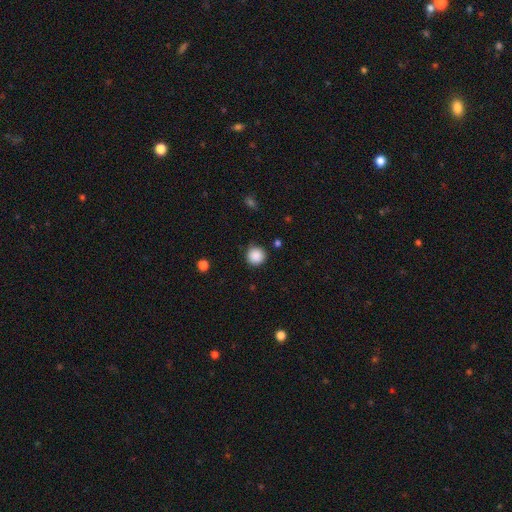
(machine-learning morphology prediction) smooth_or_featured: smooth (p=0.88) [alt: star or artifact p=0.09]
how_rounded: round (p=0.95) [alt: in between p=0.04]
merging: none (p=0.86) [alt: minor disturbance p=0.10]